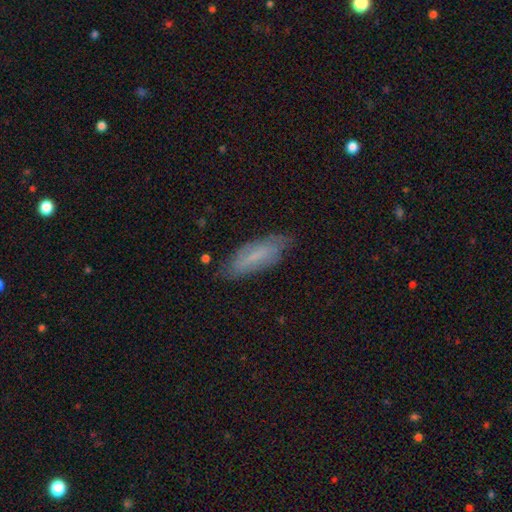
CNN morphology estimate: Smooth or featured? Predicted: smooth (p=0.53). How rounded? Predicted: in between (p=0.53). Merging? Predicted: none (p=0.76).